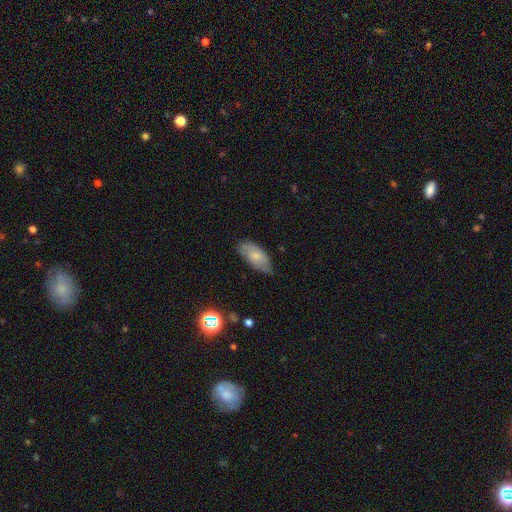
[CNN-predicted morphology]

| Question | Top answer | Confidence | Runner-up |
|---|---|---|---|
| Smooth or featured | smooth | 65% | featured or disk (28%) |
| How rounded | in between | 90% | cigar-shaped (7%) |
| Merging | none | 59% | minor disturbance (33%) |